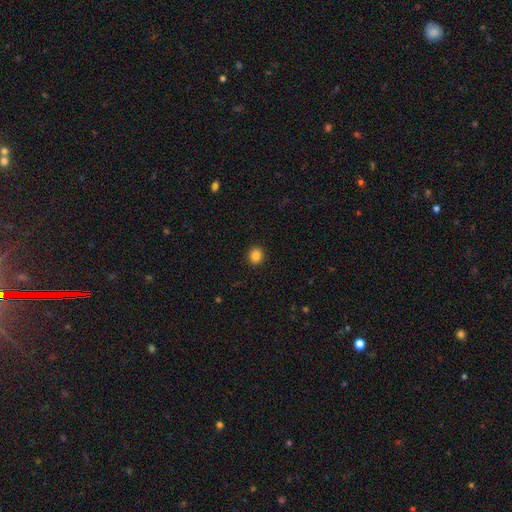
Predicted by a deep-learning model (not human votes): A smooth galaxy with no disk features (85%) that is round (81%).

Vote fractions:
- Smooth or featured? smooth: 85% / star or artifact: 11% / featured or disk: 4%
- How rounded? round: 81% / in between: 18% / cigar-shaped: 1%
- Merging? none: 92% / minor disturbance: 6% / major disturbance: 2% / merger: 1%